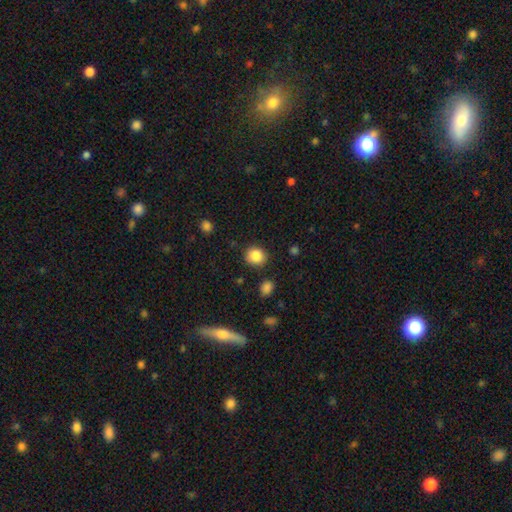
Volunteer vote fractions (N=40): Smooth or featured?
  - smooth: 88% *
  - star or artifact: 10%
  - featured or disk: 2%
How rounded?
  - round: 80% *
  - in between: 20%
  - cigar-shaped: 0%
Merging?
  - none: 89% *
  - minor disturbance: 6%
  - major disturbance: 6%
  - merger: 0%